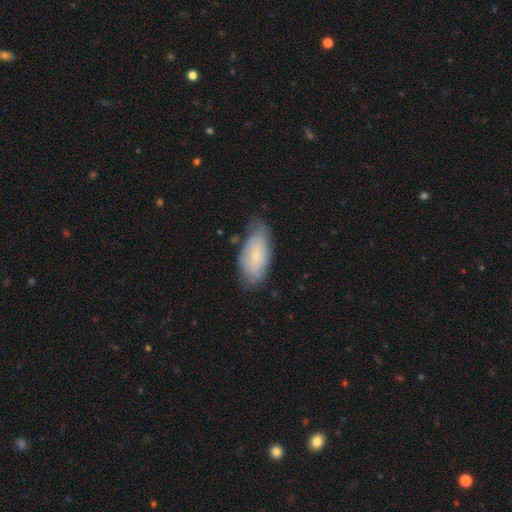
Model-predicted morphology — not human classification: A smooth galaxy with no disk features (63%) that is in between round and cigar-shaped (90%).

Vote fractions:
- Smooth or featured? smooth: 63% / featured or disk: 29% / star or artifact: 7%
- How rounded? in between: 90% / cigar-shaped: 7% / round: 3%
- Merging? none: 59% / minor disturbance: 31% / major disturbance: 8% / merger: 2%